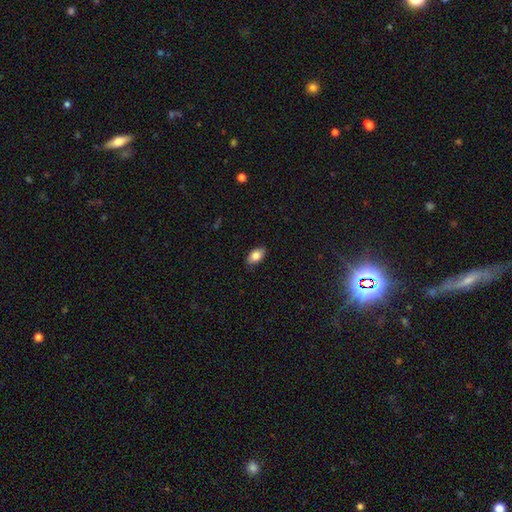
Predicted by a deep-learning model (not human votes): Q: Smooth or featured?
A: smooth (82%); runner-up: featured or disk (10%)
Q: How rounded?
A: in between (91%); runner-up: round (7%)
Q: Merging?
A: none (85%); runner-up: minor disturbance (12%)